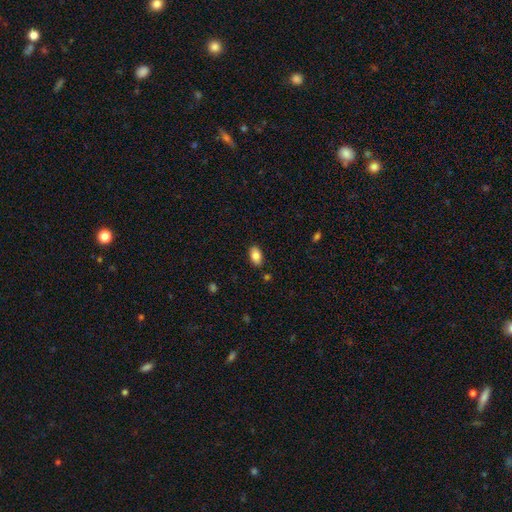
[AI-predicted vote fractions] Q: Smooth or featured?
A: smooth (83%); runner-up: featured or disk (9%)
Q: How rounded?
A: in between (92%); runner-up: round (5%)
Q: Merging?
A: none (86%); runner-up: minor disturbance (10%)